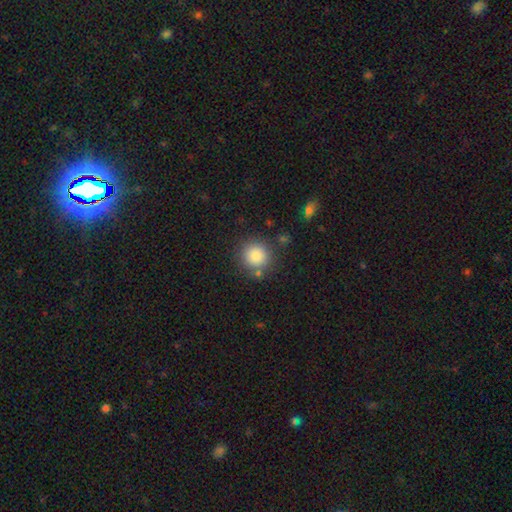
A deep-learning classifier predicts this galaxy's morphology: smooth-or-featured: smooth: 86% | star or artifact: 9% | featured or disk: 5%
  how-rounded: round: 93% | in between: 6% | cigar-shaped: 1%
  merging: none: 81% | minor disturbance: 10% | merger: 5% | major disturbance: 4%